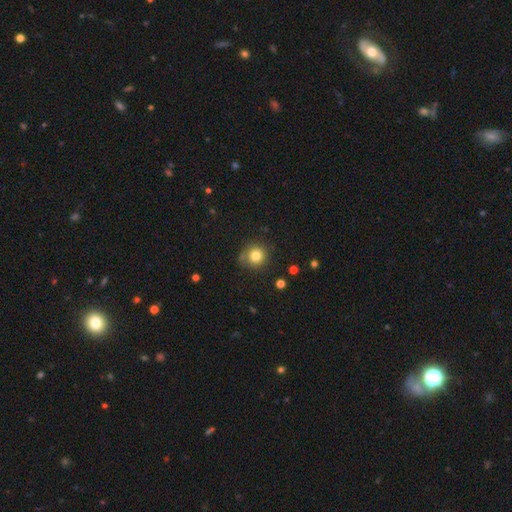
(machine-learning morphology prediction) This appears to be a smooth galaxy with no disk features (79%) that is round (91%). Merging: none (78%).